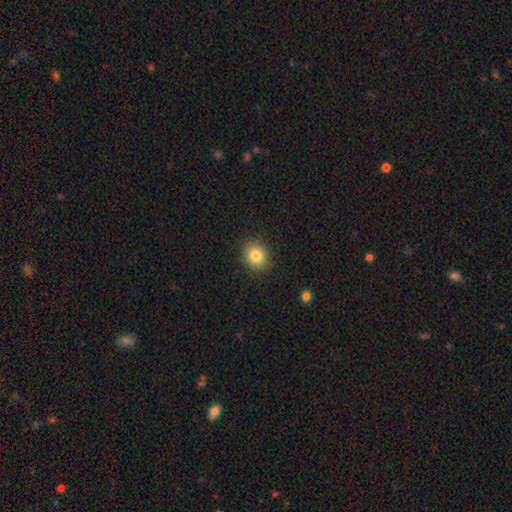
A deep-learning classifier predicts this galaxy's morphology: A smooth galaxy with no disk features (83%) that is round (70%).

Vote fractions:
- Smooth or featured? smooth: 83% / star or artifact: 10% / featured or disk: 7%
- How rounded? round: 70% / in between: 29% / cigar-shaped: 1%
- Merging? none: 89% / minor disturbance: 8% / major disturbance: 2% / merger: 1%